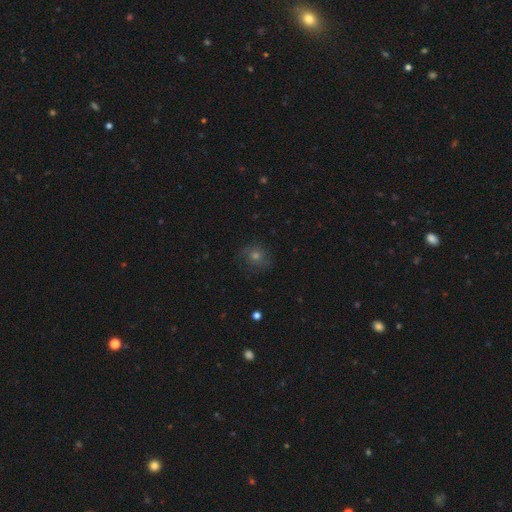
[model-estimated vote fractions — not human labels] smooth_or_featured: smooth (p=0.52) [alt: star or artifact p=0.26]
how_rounded: round (p=0.80) [alt: in between p=0.19]
merging: none (p=0.80) [alt: minor disturbance p=0.14]